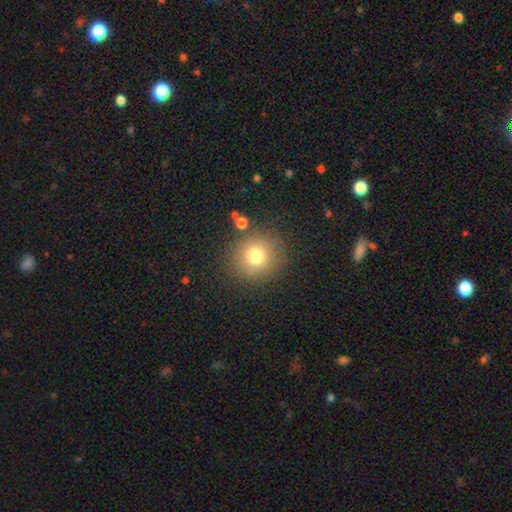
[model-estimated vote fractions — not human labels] smooth_or_featured: smooth (p=0.76) [alt: star or artifact p=0.14]
how_rounded: round (p=0.93) [alt: in between p=0.07]
merging: none (p=0.84) [alt: minor disturbance p=0.08]